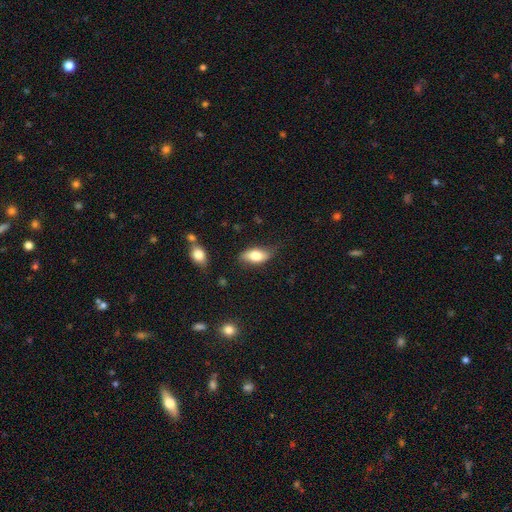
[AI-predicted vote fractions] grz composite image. It shows a smooth galaxy with no disk features (71%) that is in between round and cigar-shaped (86%). Merging: none (70%).